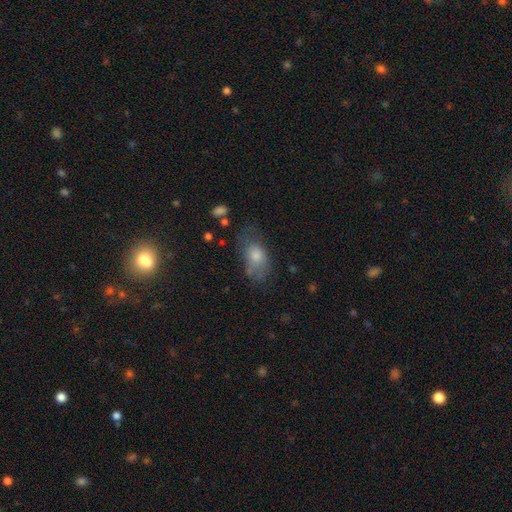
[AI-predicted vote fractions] smooth-or-featured: smooth: 65% | featured or disk: 22% | star or artifact: 12%
  how-rounded: in between: 84% | round: 13% | cigar-shaped: 3%
  merging: none: 48% | minor disturbance: 29% | major disturbance: 19% | merger: 4%